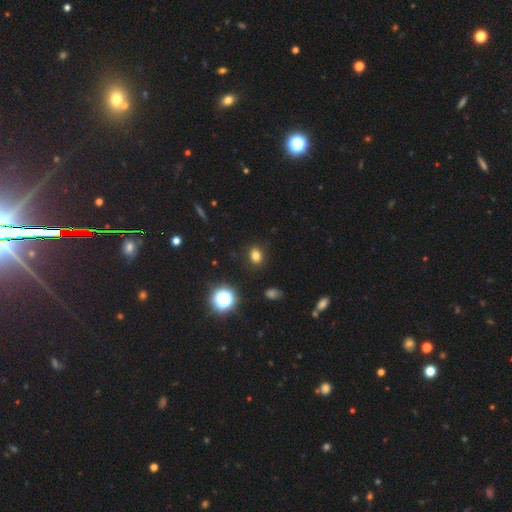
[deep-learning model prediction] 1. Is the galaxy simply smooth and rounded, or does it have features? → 78% smooth, 17% star or artifact, 6% featured or disk.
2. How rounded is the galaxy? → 61% in between, 38% round, 1% cigar-shaped.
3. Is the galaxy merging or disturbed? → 87% none, 9% minor disturbance, 3% major disturbance, 1% merger.